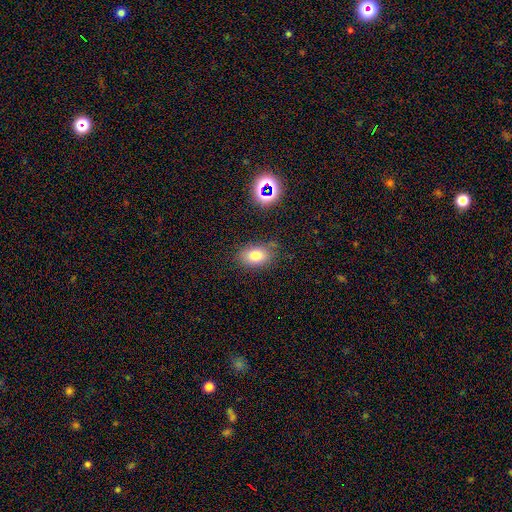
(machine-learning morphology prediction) Smooth or featured? smooth (76%)
How rounded? in between (80%)
Merging? none (79%)